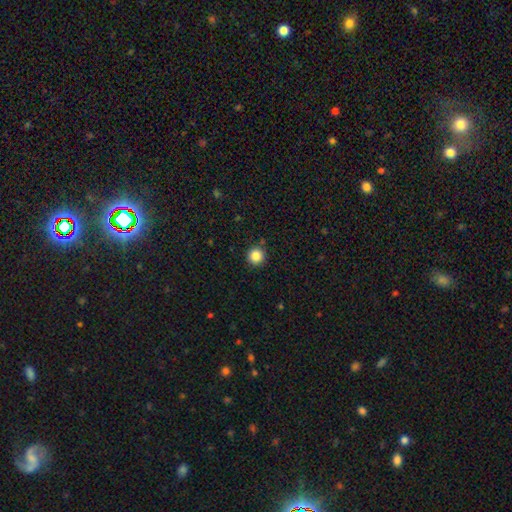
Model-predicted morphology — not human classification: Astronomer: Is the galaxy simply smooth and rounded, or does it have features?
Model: smooth — 85%.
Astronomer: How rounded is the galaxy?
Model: round — 95%.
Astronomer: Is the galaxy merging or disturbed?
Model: none — 90%.